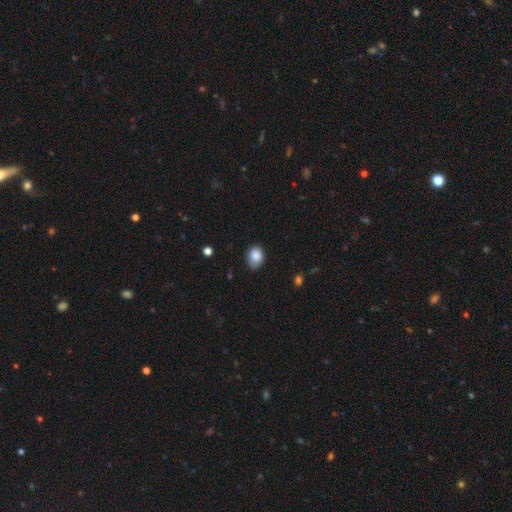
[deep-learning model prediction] Smooth or featured?
  - smooth: 87% *
  - star or artifact: 8%
  - featured or disk: 5%
How rounded?
  - in between: 63% *
  - round: 36%
  - cigar-shaped: 1%
Merging?
  - none: 68% *
  - minor disturbance: 26%
  - major disturbance: 4%
  - merger: 1%